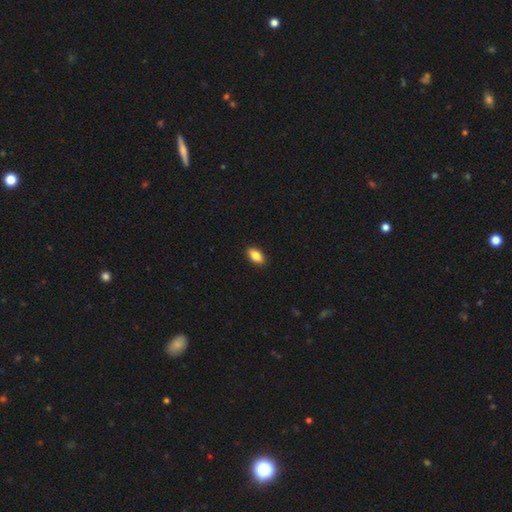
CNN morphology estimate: Smooth or featured?
  - smooth: 83% *
  - featured or disk: 10%
  - star or artifact: 7%
How rounded?
  - in between: 87% *
  - cigar-shaped: 9%
  - round: 4%
Merging?
  - none: 90% *
  - minor disturbance: 7%
  - major disturbance: 2%
  - merger: 1%